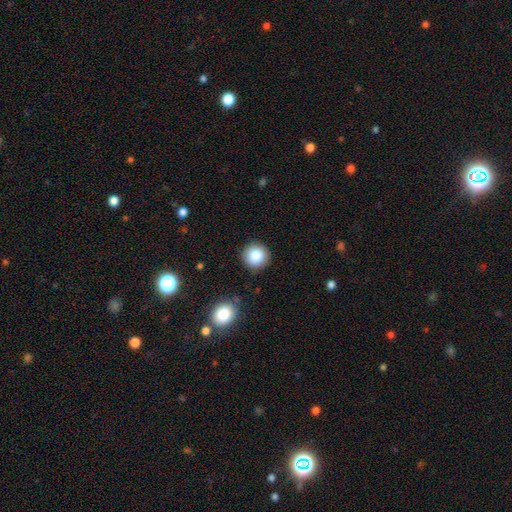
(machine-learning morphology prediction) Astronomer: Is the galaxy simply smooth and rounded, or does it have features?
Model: smooth — 85%.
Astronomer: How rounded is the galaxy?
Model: round — 94%.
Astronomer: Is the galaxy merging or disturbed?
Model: none — 89%.